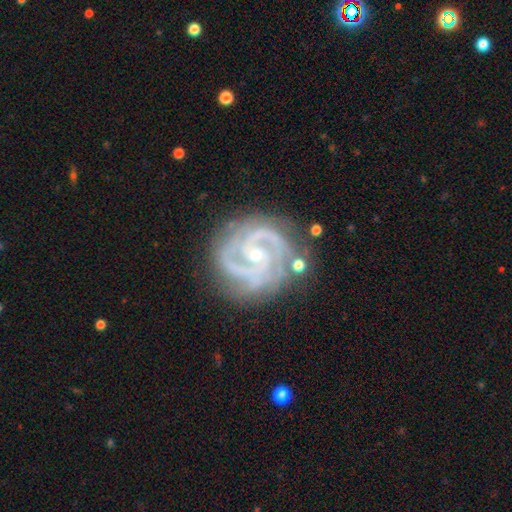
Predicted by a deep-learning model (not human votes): This appears to be a featured or disk galaxy (91%) with no bar (53%), 2 (53%) tight (61%) spiral arms (98%) and a small central bulge (67%). Merging: none (73%).